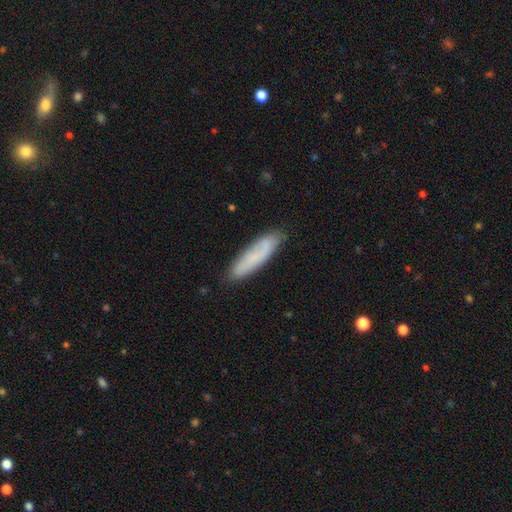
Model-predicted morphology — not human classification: This is likely a smooth galaxy (65%). How rounded: likely cigar-shaped (72%). Merging: clearly none (82%).